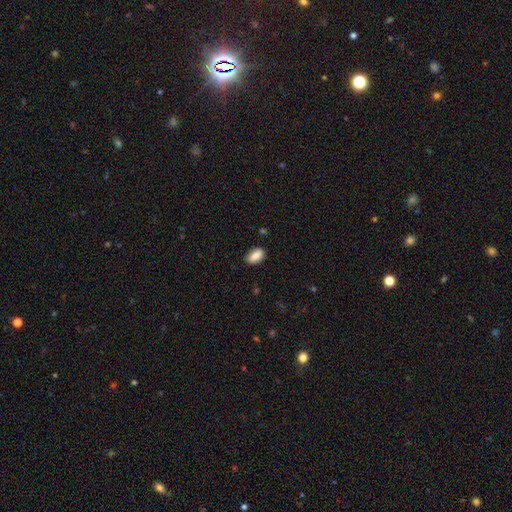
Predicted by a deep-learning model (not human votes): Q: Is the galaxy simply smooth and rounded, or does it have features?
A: smooth — 83%.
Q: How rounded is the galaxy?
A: in between — 90%.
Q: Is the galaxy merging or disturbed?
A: none — 83%.